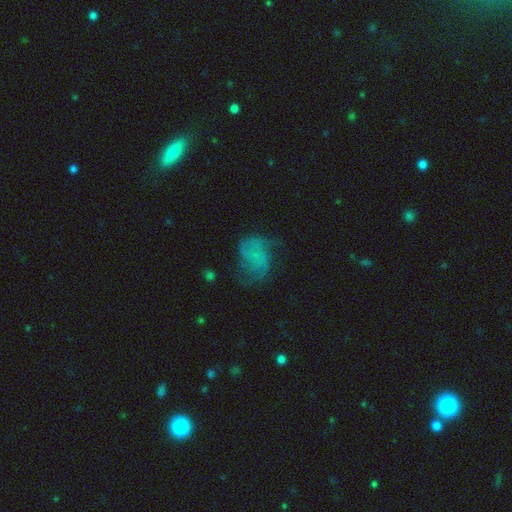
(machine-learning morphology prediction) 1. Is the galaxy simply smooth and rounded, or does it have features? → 49% featured or disk, 36% smooth, 15% star or artifact.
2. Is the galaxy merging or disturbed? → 45% none, 27% major disturbance, 26% minor disturbance, 2% merger.